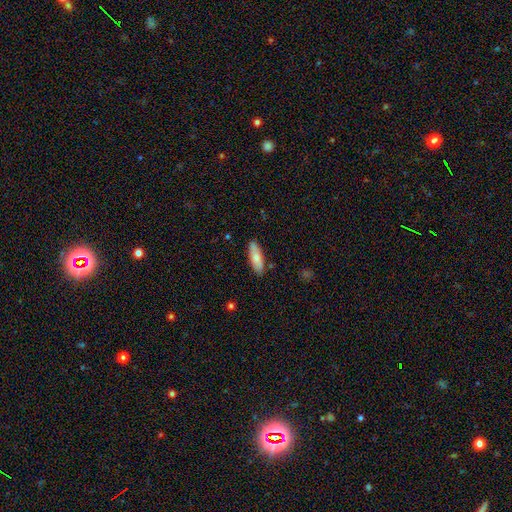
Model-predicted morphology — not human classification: A smooth galaxy with no disk features (76%) that is in between round and cigar-shaped (59%).

Vote fractions:
- Smooth or featured? smooth: 76% / featured or disk: 19% / star or artifact: 6%
- How rounded? in between: 59% / cigar-shaped: 40% / round: 2%
- Merging? none: 86% / minor disturbance: 11% / major disturbance: 2% / merger: 2%